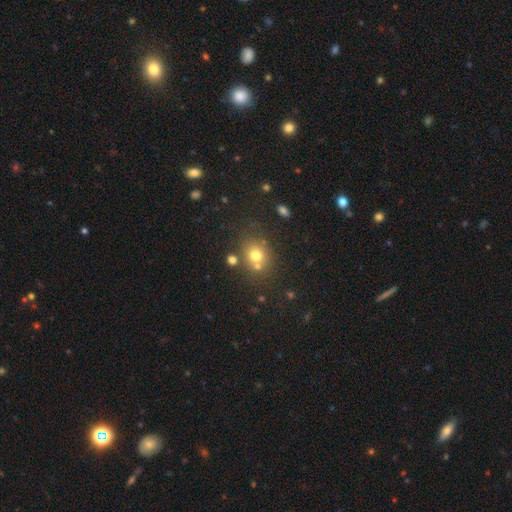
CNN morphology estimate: Q: Smooth or featured?
A: smooth (70%); runner-up: star or artifact (17%)
Q: How rounded?
A: round (73%); runner-up: in between (26%)
Q: Merging?
A: none (63%); runner-up: merger (22%)